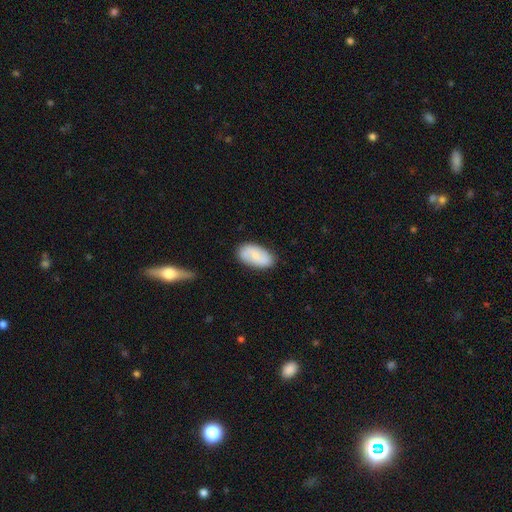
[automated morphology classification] This is likely a smooth galaxy (62%). How rounded: clearly in between (94%). Merging: clearly none (81%).